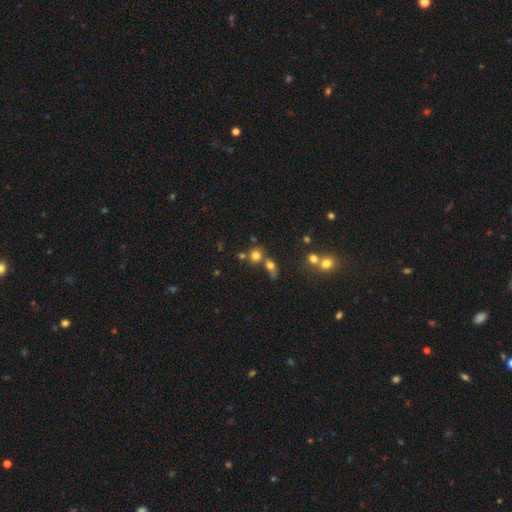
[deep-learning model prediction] Morphology: type=smooth (73%); roundness=round (84%); merging=none (47%).